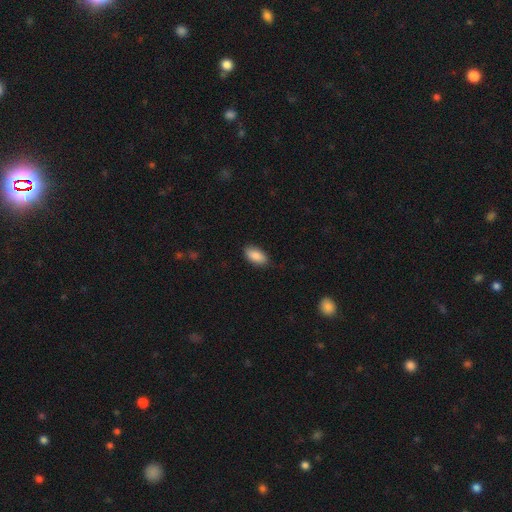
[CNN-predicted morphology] Smooth or featured?
  - smooth: 87% *
  - star or artifact: 7%
  - featured or disk: 6%
How rounded?
  - in between: 93% *
  - round: 3%
  - cigar-shaped: 3%
Merging?
  - none: 84% *
  - minor disturbance: 13%
  - major disturbance: 2%
  - merger: 1%